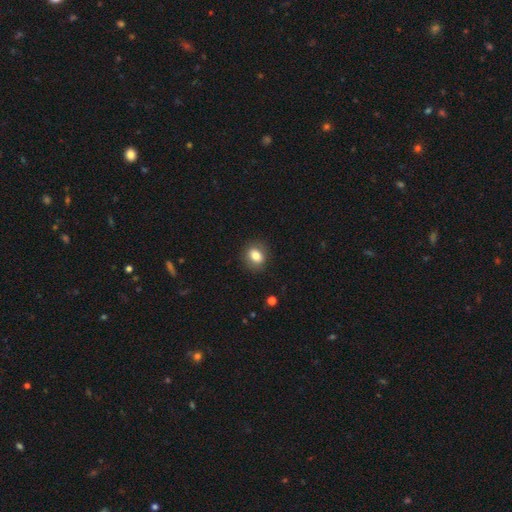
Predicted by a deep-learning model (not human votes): A smooth galaxy with no disk features (79%) that is in between round and cigar-shaped (51%). Merging: none (84%).